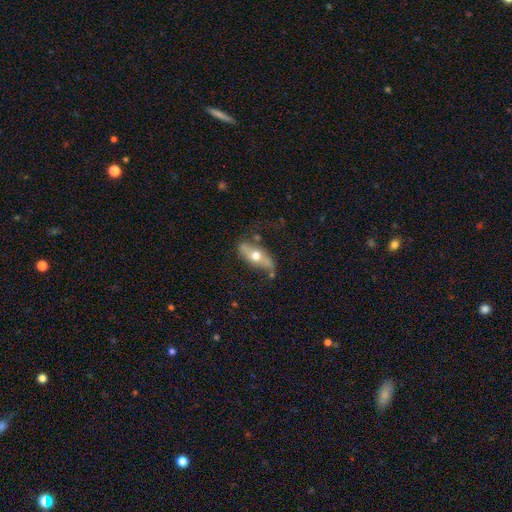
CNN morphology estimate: Smooth or featured? featured or disk (51%)
Edge-on disk? no (58%)
Merging? none (62%)